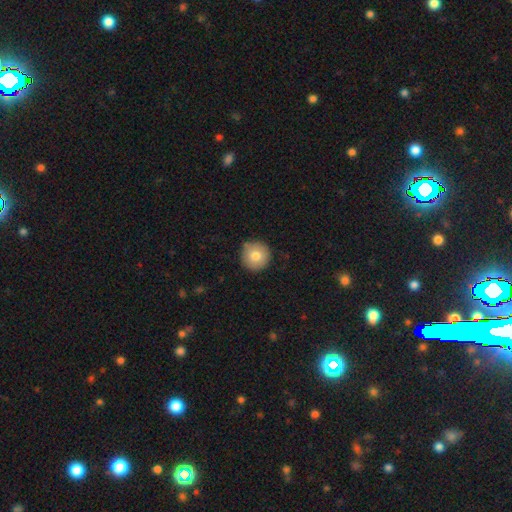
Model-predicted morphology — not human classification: Overall: smooth (79%). How rounded: round (96%). Merging: none (87%).